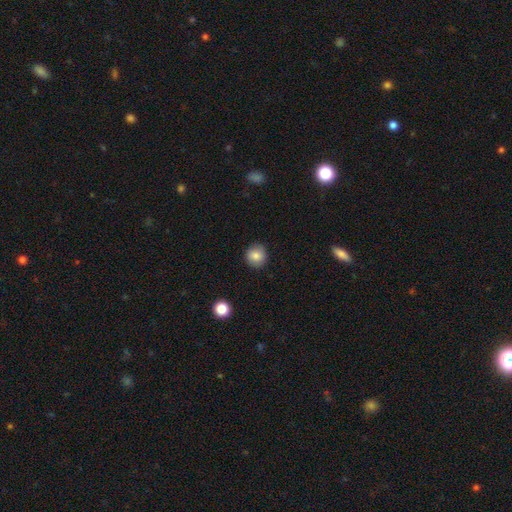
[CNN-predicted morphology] smooth_or_featured: smooth (p=0.84) [alt: star or artifact p=0.09]
how_rounded: round (p=0.91) [alt: in between p=0.08]
merging: none (p=0.89) [alt: minor disturbance p=0.08]